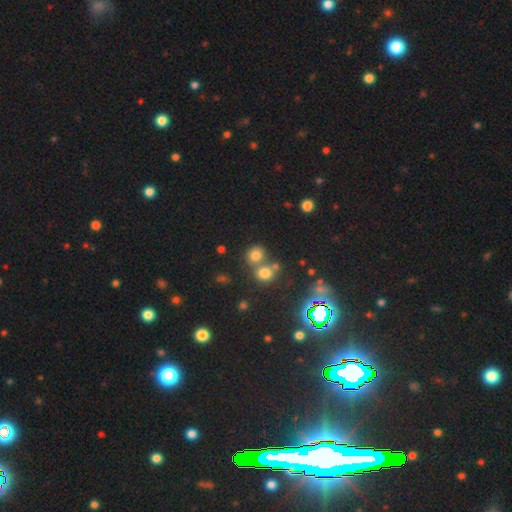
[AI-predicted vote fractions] Smooth or featured? Predicted: smooth (p=0.71). How rounded? Predicted: round (p=0.83). Merging? Predicted: none (p=0.56).